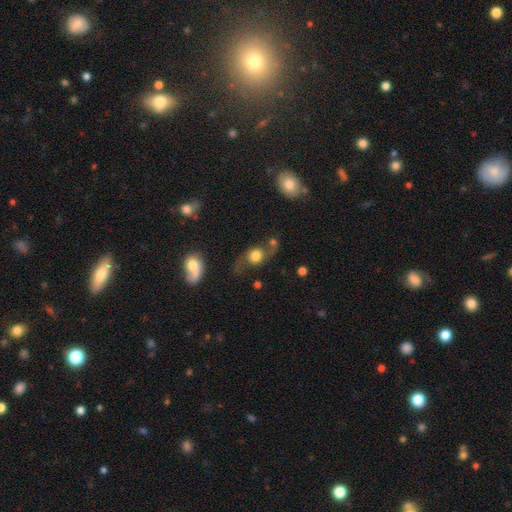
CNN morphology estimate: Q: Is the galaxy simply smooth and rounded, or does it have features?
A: featured or disk — 45%.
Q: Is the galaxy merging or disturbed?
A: none — 56%.